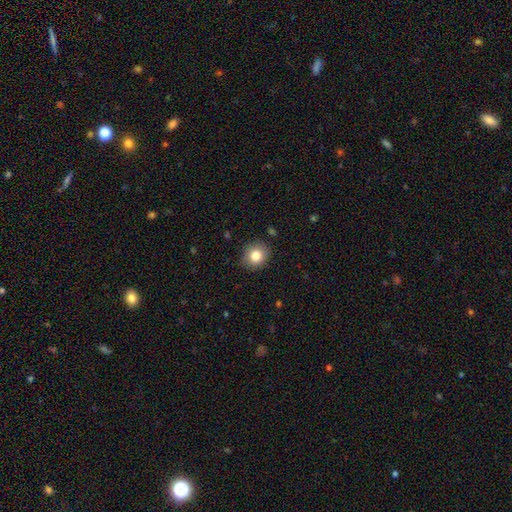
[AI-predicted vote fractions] A smooth galaxy with no disk features (83%) that is round (78%).

Vote fractions:
- Smooth or featured? smooth: 83% / star or artifact: 9% / featured or disk: 8%
- How rounded? round: 78% / in between: 21% / cigar-shaped: 1%
- Merging? none: 86% / minor disturbance: 11% / major disturbance: 2% / merger: 1%